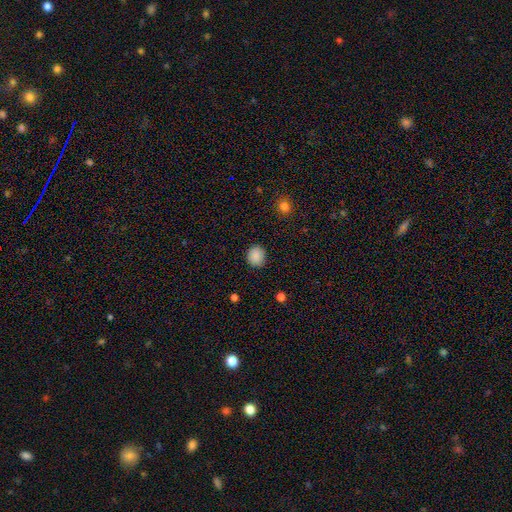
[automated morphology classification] smooth_or_featured: smooth (p=0.89) [alt: star or artifact p=0.09]
how_rounded: round (p=0.81) [alt: in between p=0.18]
merging: none (p=0.89) [alt: minor disturbance p=0.08]